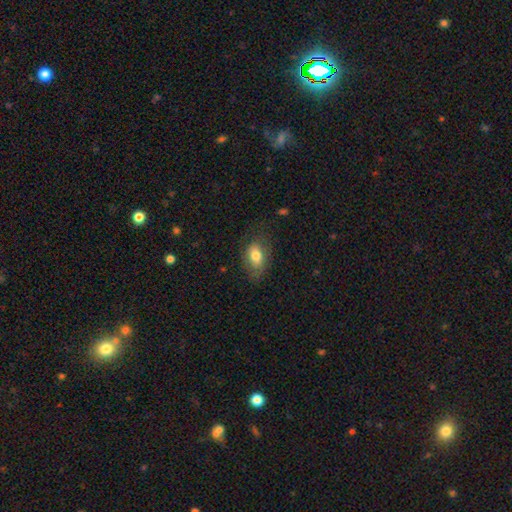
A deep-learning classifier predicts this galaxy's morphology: type=smooth (75%); roundness=in between (86%); merging=none (68%).